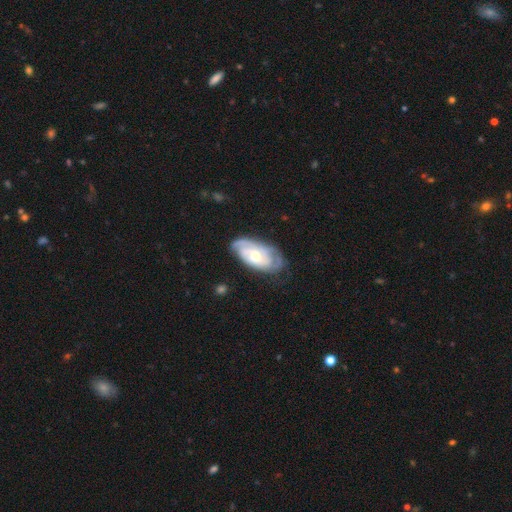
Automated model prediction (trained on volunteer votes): Morphology: type=featured or disk (79%); edge-on=no (94%); bar=no (65%); spiral arms=yes (92%); winding=tight (65%); arm count=2 (34%); bulge=moderate (65%); merging=none (70%).